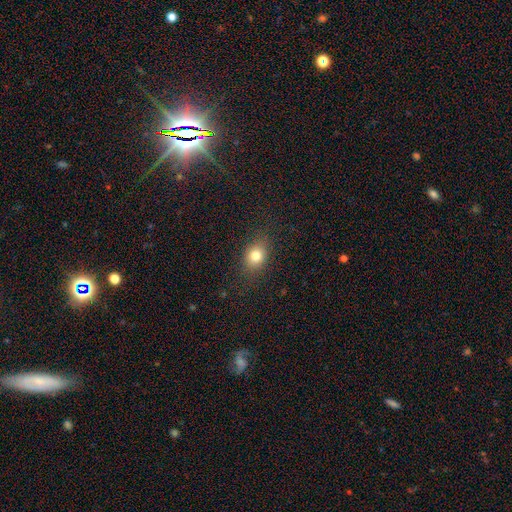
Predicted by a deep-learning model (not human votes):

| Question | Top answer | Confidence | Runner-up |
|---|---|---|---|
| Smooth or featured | smooth | 80% | star or artifact (12%) |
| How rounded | in between | 53% | round (45%) |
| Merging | none | 84% | minor disturbance (11%) |